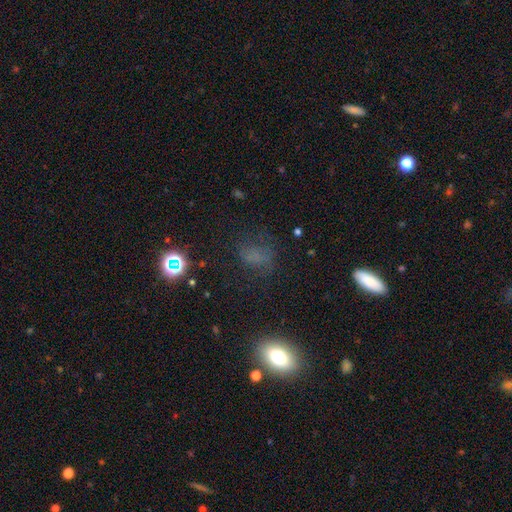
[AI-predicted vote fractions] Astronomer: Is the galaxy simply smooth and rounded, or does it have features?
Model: smooth — 54% (runner-up: star or artifact, 30%).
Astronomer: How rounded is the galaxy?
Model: in between — 53% (runner-up: round, 43%).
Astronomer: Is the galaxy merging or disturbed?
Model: none — 60%.